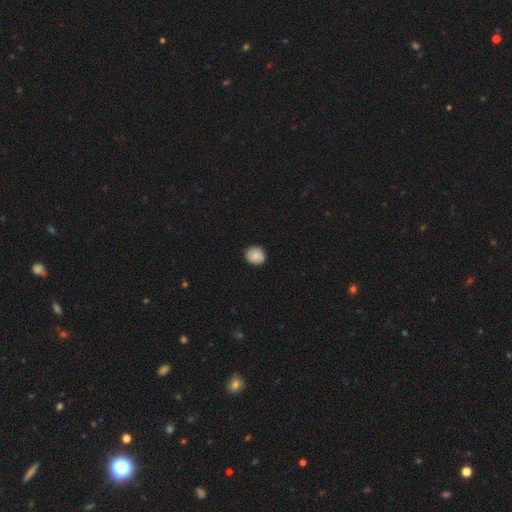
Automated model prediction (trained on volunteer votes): smooth-or-featured: smooth: 79% | featured or disk: 13% | star or artifact: 8%
  how-rounded: round: 84% | in between: 15% | cigar-shaped: 1%
  merging: none: 85% | minor disturbance: 12% | major disturbance: 2% | merger: 1%